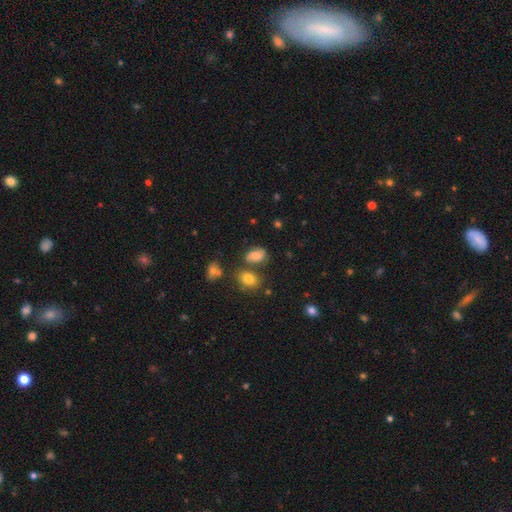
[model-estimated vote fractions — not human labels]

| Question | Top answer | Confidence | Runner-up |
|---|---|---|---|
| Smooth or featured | smooth | 59% | featured or disk (28%) |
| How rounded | in between | 79% | round (19%) |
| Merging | none | 59% | minor disturbance (20%) |